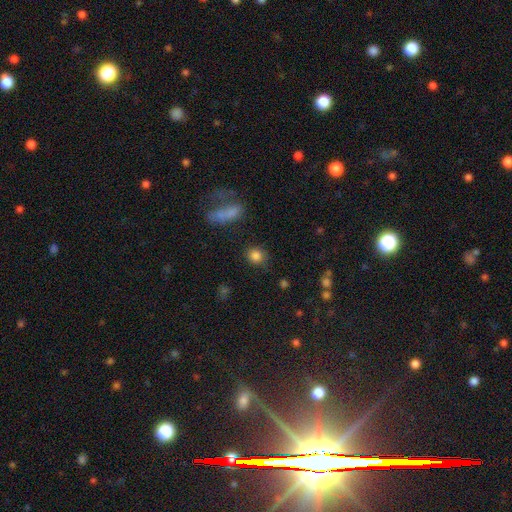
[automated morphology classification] A smooth galaxy with no disk features (84%) that is round (82%).

Vote fractions:
- Smooth or featured? smooth: 84% / star or artifact: 11% / featured or disk: 5%
- How rounded? round: 82% / in between: 17% / cigar-shaped: 2%
- Merging? none: 82% / minor disturbance: 12% / major disturbance: 4% / merger: 3%